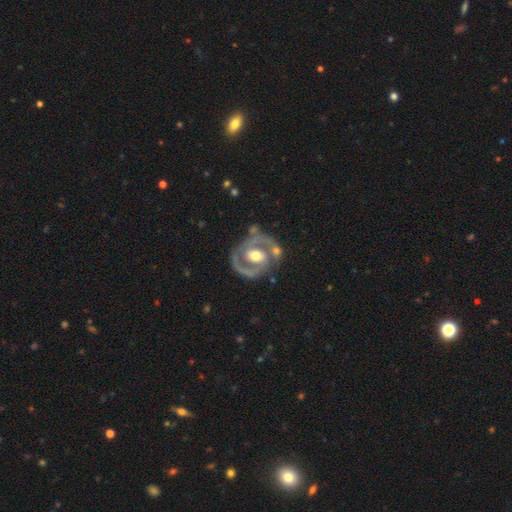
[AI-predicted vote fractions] Smooth or featured? featured or disk (84%)
Edge-on disk? no (97%)
Bar? no (49%)
Spiral arms? yes (82%)
Spiral winding? medium (45%)
Spiral arm count? 2 (81%)
Bulge size? moderate (72%)
Merging? none (69%)